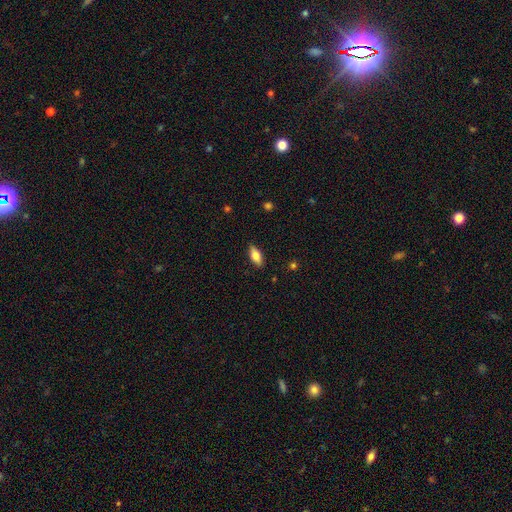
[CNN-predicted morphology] A smooth galaxy with no disk features (74%) that is in between round and cigar-shaped (81%).

Vote fractions:
- Smooth or featured? smooth: 74% / featured or disk: 19% / star or artifact: 7%
- How rounded? in between: 81% / cigar-shaped: 16% / round: 3%
- Merging? none: 86% / minor disturbance: 11% / major disturbance: 2% / merger: 1%